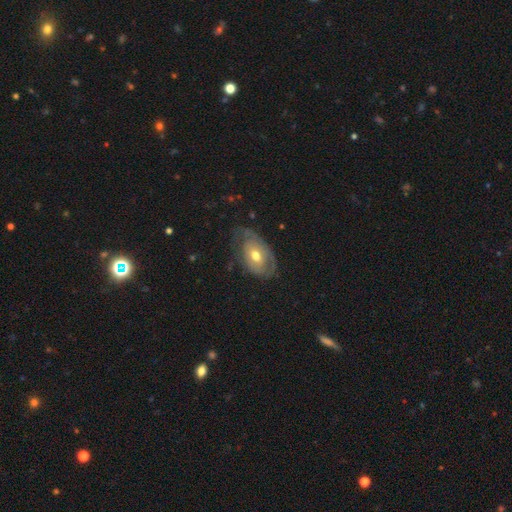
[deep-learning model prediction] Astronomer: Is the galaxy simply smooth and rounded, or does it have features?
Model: featured or disk — 53% (runner-up: smooth, 40%).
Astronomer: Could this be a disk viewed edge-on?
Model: no — 91%.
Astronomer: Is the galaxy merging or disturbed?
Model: none — 50% (runner-up: minor disturbance, 32%).